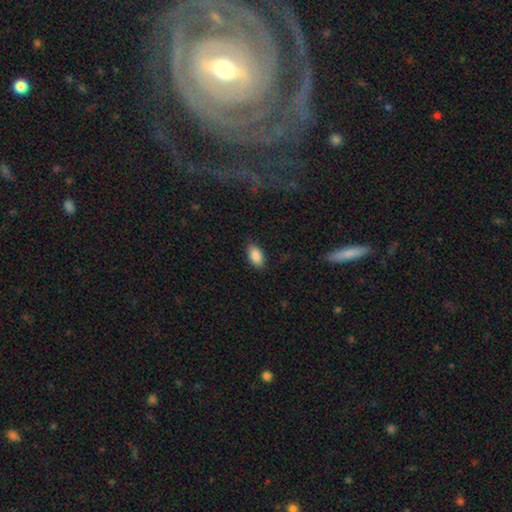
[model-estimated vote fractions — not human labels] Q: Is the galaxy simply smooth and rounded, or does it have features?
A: smooth — 89%.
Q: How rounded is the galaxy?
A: in between — 93%.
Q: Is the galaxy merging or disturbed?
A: none — 82%.